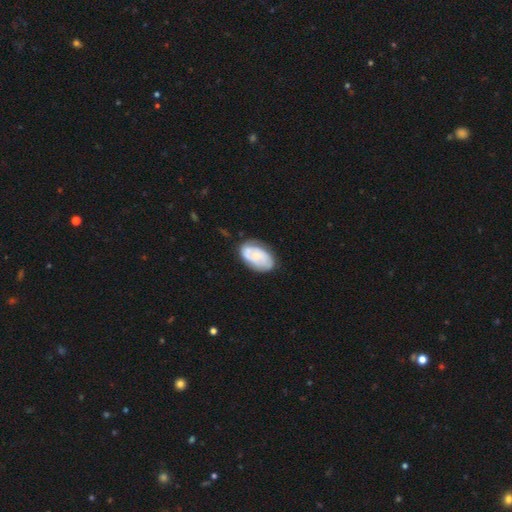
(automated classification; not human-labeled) smooth_or_featured: featured or disk (p=0.54) [alt: smooth p=0.40]
disk_edge_on: no (p=0.96) [alt: yes p=0.04]
bar: no (p=0.73) [alt: weak p=0.22]
has_spiral_arms: yes (p=0.77) [alt: no p=0.23]
bulge_size: small (p=0.53) [alt: moderate p=0.26]
merging: none (p=0.70) [alt: minor disturbance p=0.22]